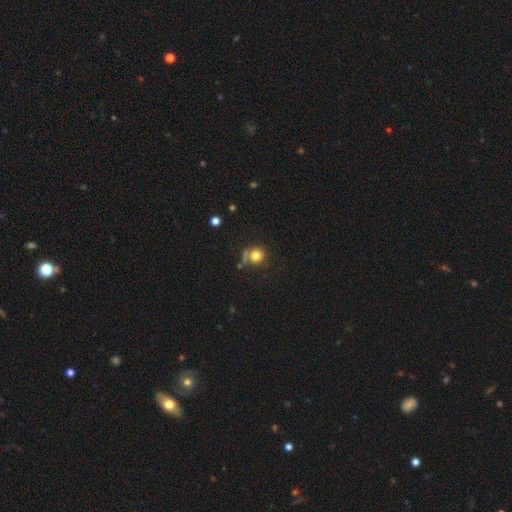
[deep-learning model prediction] Q: Smooth or featured?
A: smooth (78%); runner-up: star or artifact (13%)
Q: How rounded?
A: round (89%); runner-up: in between (10%)
Q: Merging?
A: none (67%); runner-up: minor disturbance (14%)